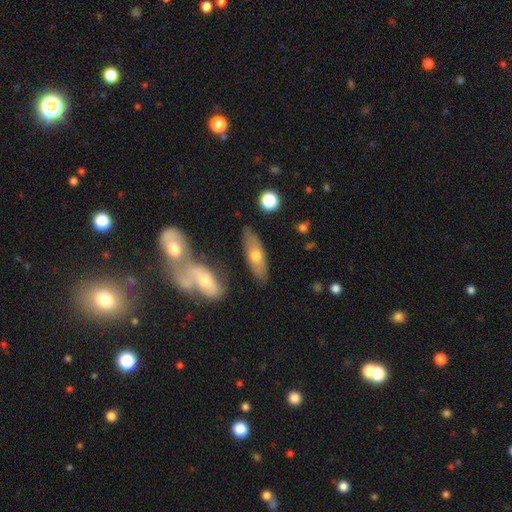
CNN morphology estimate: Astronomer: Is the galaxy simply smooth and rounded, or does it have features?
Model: smooth — 54% (runner-up: featured or disk, 39%).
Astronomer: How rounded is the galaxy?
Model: in between — 61% (runner-up: cigar-shaped, 36%).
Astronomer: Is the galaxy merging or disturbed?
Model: none — 73%.